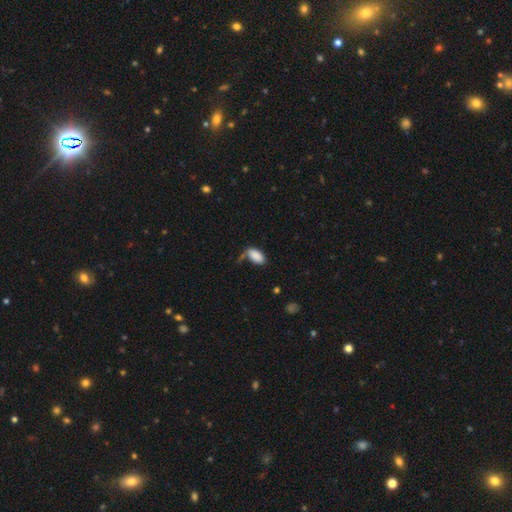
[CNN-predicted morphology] type=smooth (87%); roundness=in between (94%); merging=none (55%).